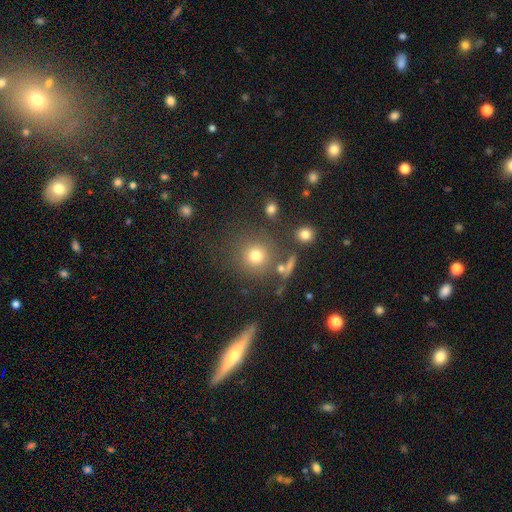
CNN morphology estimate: The model was most divided on "smooth or featured": smooth: 73%, star or artifact: 17%, featured or disk: 10%. More confident: how rounded — round (92%); merging — none (75%).